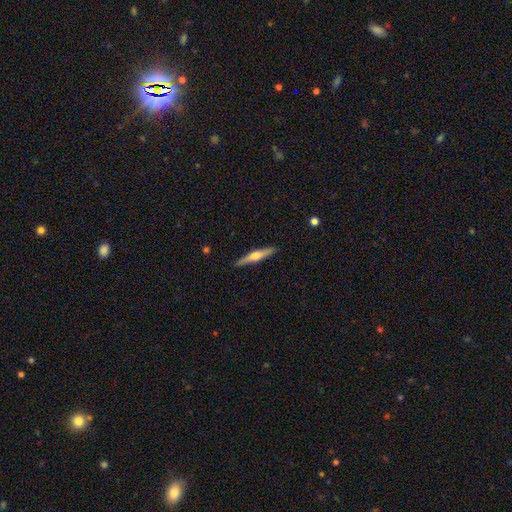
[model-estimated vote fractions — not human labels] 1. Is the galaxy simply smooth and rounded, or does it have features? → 57% featured or disk, 37% smooth, 5% star or artifact.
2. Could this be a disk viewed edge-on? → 96% yes, 4% no.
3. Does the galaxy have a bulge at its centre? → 89% rounded, 6% none, 5% boxy.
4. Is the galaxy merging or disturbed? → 90% none, 7% minor disturbance, 1% major disturbance, 1% merger.